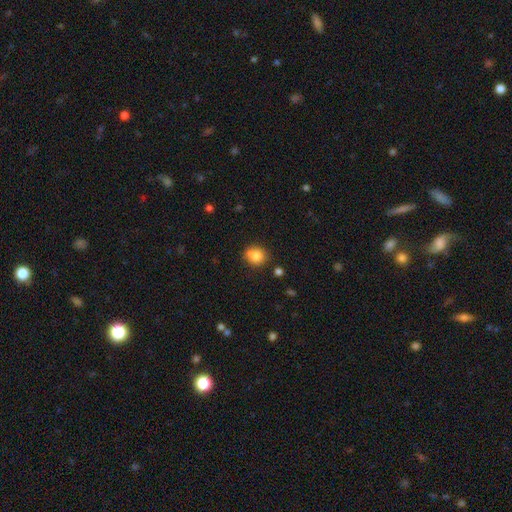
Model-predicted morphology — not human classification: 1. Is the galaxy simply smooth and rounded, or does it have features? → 83% smooth, 10% star or artifact, 7% featured or disk.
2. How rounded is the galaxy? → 74% round, 25% in between, 1% cigar-shaped.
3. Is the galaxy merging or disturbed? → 69% none, 20% minor disturbance, 7% merger, 4% major disturbance.